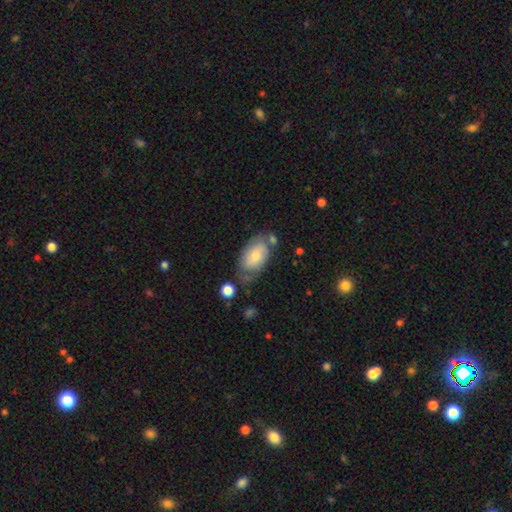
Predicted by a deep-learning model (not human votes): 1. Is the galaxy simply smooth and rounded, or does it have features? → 64% smooth, 29% featured or disk, 7% star or artifact.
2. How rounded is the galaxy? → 92% in between, 6% round, 2% cigar-shaped.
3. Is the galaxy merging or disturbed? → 52% none, 27% minor disturbance, 11% major disturbance, 10% merger.